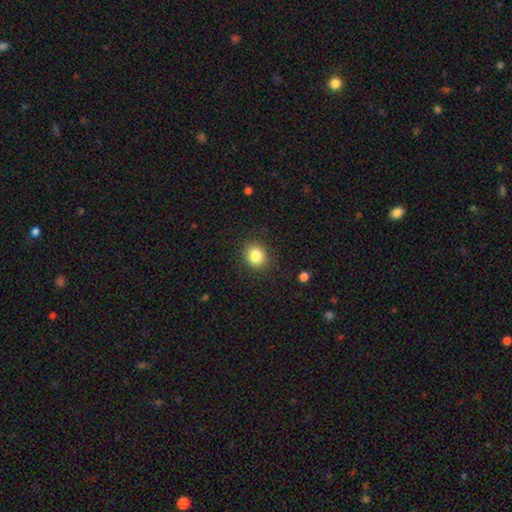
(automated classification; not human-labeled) Q: Smooth or featured?
A: smooth (84%); runner-up: star or artifact (10%)
Q: How rounded?
A: round (74%); runner-up: in between (25%)
Q: Merging?
A: none (87%); runner-up: minor disturbance (9%)